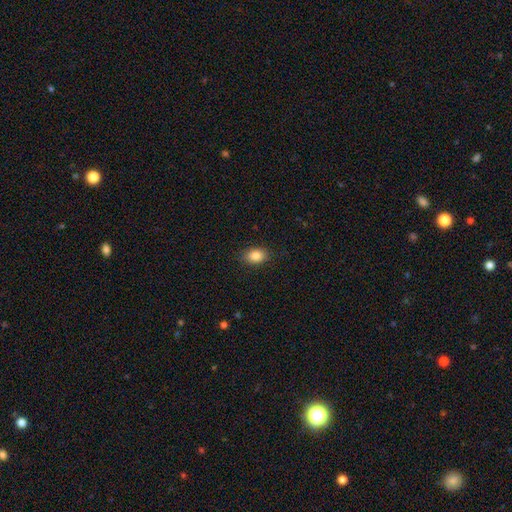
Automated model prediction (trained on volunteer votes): This is clearly a smooth galaxy (86%). How rounded: likely in between (77%). Merging: clearly none (86%).